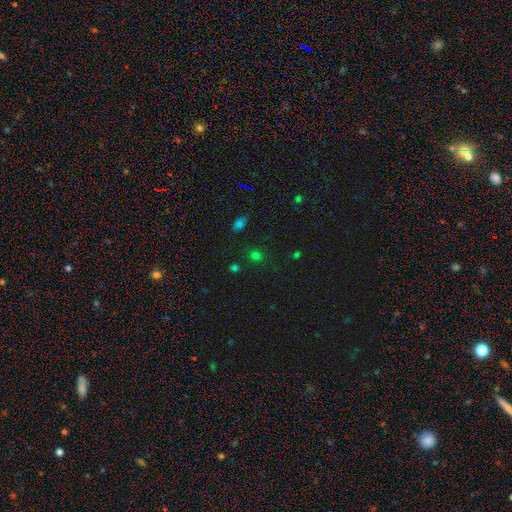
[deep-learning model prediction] Smooth or featured? Predicted: smooth (p=0.65). How rounded? Predicted: round (p=0.74). Merging? Predicted: none (p=0.81).